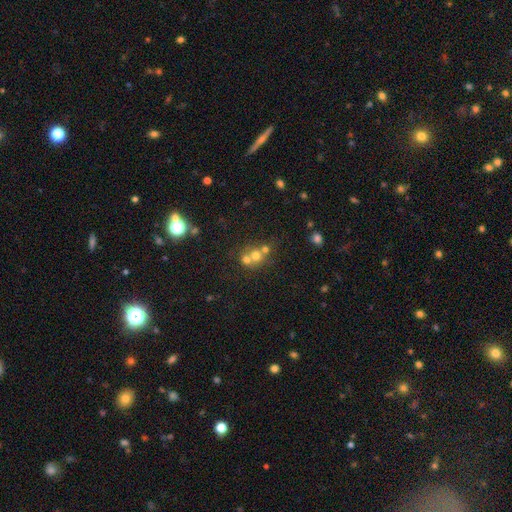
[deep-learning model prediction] Smooth or featured?
  - smooth: 61% *
  - featured or disk: 22%
  - star or artifact: 18%
How rounded?
  - round: 81% *
  - in between: 18%
  - cigar-shaped: 1%
Merging?
  - merger: 55% *
  - none: 36%
  - minor disturbance: 6%
  - major disturbance: 3%